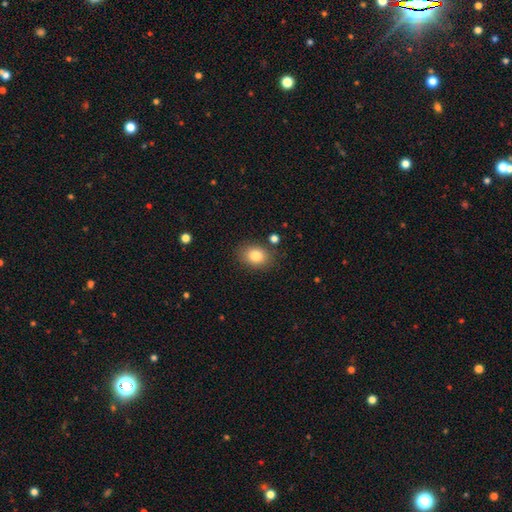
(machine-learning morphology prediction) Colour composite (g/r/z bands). It shows a smooth galaxy with no disk features (82%) that is in between round and cigar-shaped (61%). Merging: none (84%).